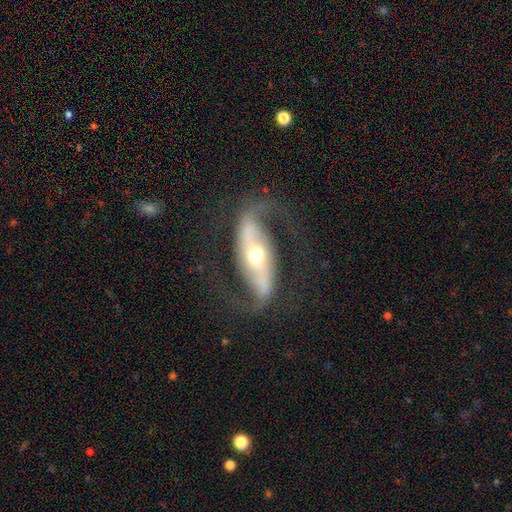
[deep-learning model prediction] This is clearly a featured or disk galaxy (90%). It is clearly not viewed edge-on (94%). Bar: possibly strong (59%). Spiral arm pattern: clearly yes (96%). Spiral arm count: clearly 2 (94%). Spiral winding: possibly loose (57%). Central bulge: likely moderate (70%). Merging: likely none (76%).